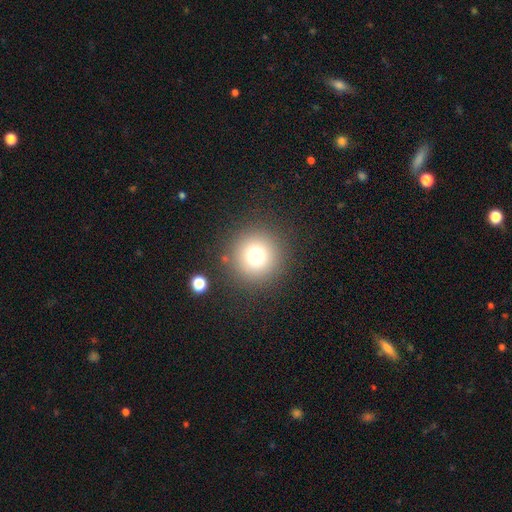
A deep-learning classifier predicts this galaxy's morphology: This is likely a smooth galaxy (75%). How rounded: clearly round (96%). Merging: clearly none (87%).